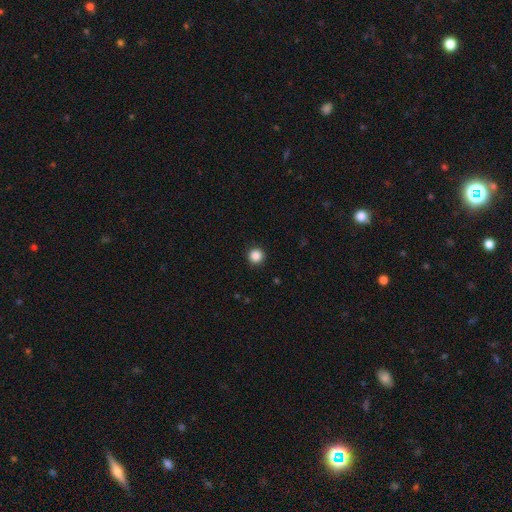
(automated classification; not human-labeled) Morphology: type=smooth (87%); roundness=round (96%); merging=none (93%).